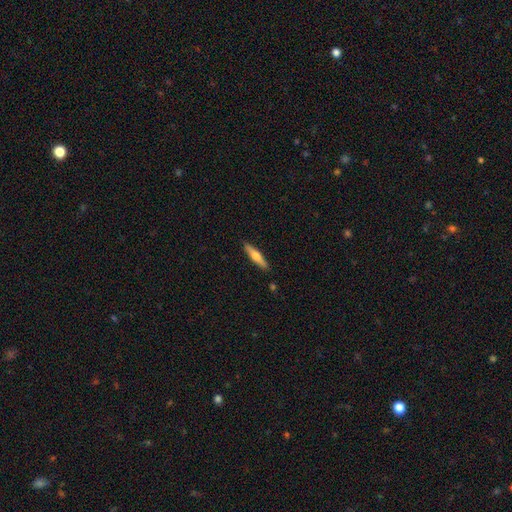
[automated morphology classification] This appears to be a smooth galaxy with no disk features (52%) that is cigar-shaped (82%). Merging: none (90%).